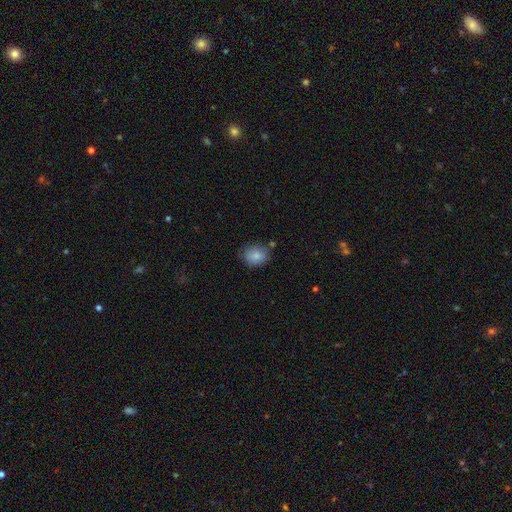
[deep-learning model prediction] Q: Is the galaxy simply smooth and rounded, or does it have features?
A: smooth — 82%.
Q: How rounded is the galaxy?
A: round — 51%.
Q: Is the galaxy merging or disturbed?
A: none — 70%.